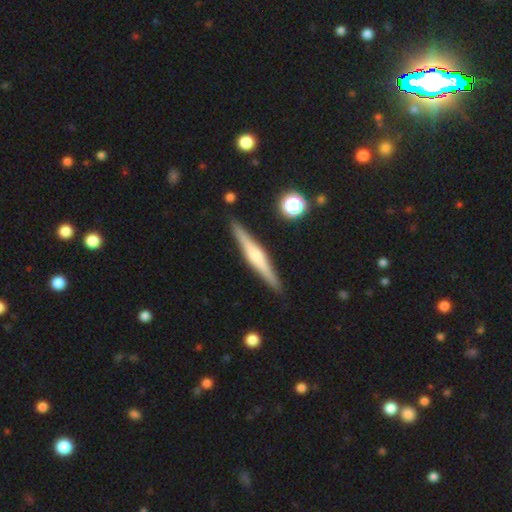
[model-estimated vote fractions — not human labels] Smooth or featured: featured or disk — 68% (smooth — 26%)
Edge-on disk: yes — 98% (no — 2%)
Edge-on bulge: rounded — 75% (boxy — 16%)
Merging: none — 90% (minor disturbance — 7%)